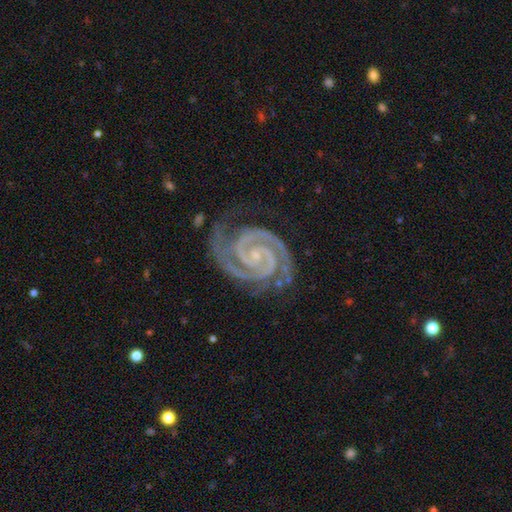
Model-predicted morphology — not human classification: Smooth or featured? featured or disk (94%)
Edge-on disk? no (98%)
Bar? no (56%)
Spiral arms? yes (99%)
Spiral winding? tight (81%)
Spiral arm count? 2 (89%)
Bulge size? small (83%)
Merging? none (77%)